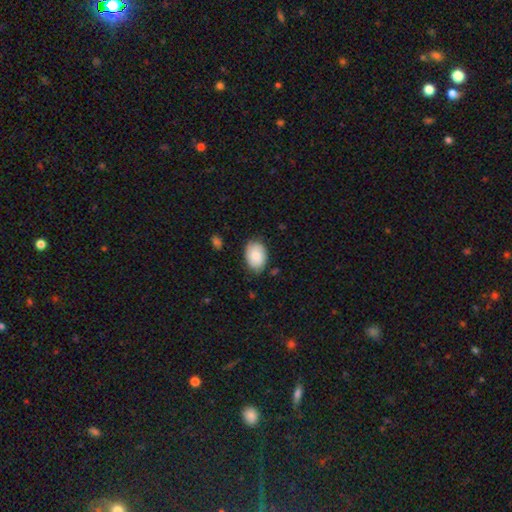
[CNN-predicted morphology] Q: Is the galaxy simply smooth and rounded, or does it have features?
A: smooth — 76%.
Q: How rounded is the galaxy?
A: in between — 81%.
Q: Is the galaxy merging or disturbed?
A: none — 76%.